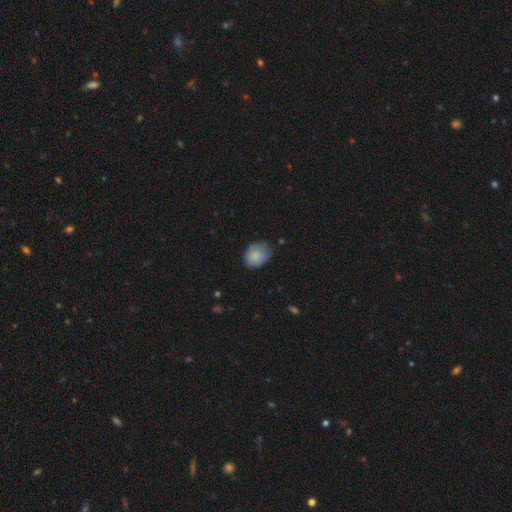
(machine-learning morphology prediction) Overall: smooth (83%). How rounded: round (51%; in between 48%). Merging: none (64%; minor disturbance 28%).